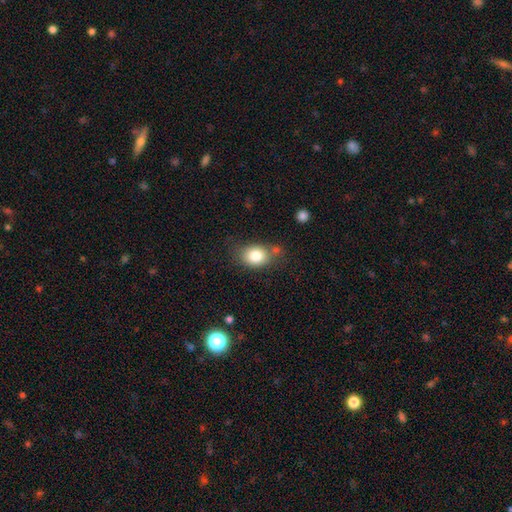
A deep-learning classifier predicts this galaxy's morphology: smooth-or-featured: smooth: 81% | featured or disk: 10% | star or artifact: 9%
  how-rounded: in between: 61% | round: 38% | cigar-shaped: 1%
  merging: none: 64% | minor disturbance: 20% | merger: 10% | major disturbance: 6%